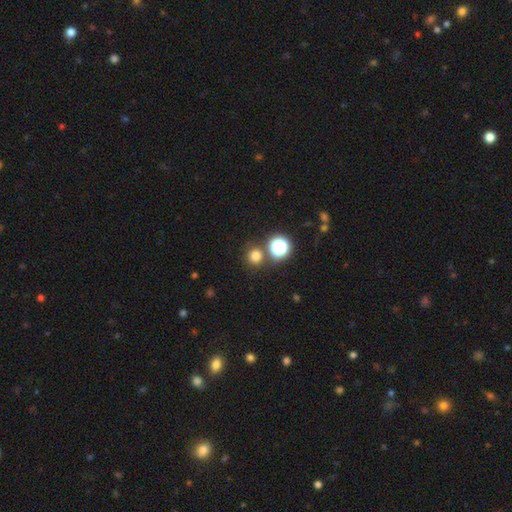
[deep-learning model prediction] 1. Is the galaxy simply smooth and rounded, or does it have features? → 74% smooth, 20% star or artifact, 6% featured or disk.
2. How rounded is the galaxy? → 91% round, 8% in between, 1% cigar-shaped.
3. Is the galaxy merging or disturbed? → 79% none, 11% merger, 7% minor disturbance, 3% major disturbance.